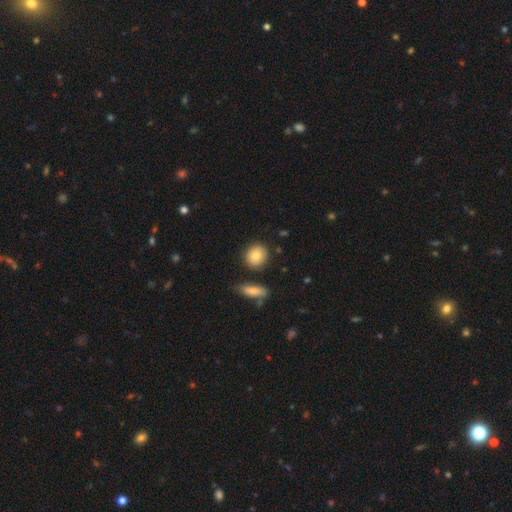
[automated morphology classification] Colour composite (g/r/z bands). It shows a smooth galaxy with no disk features (82%) that is round (79%). Merging: none (83%).